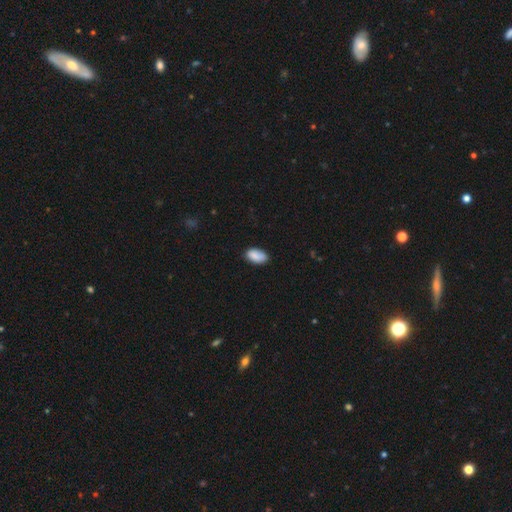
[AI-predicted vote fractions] smooth-or-featured: smooth: 89% | star or artifact: 7% | featured or disk: 4%
  how-rounded: in between: 94% | round: 4% | cigar-shaped: 2%
  merging: none: 80% | minor disturbance: 16% | major disturbance: 3% | merger: 1%